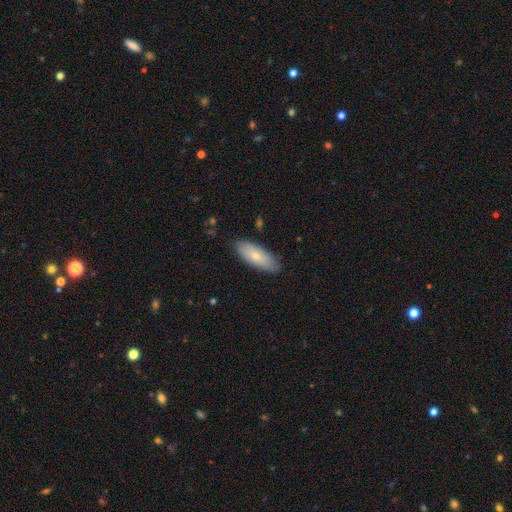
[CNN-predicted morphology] smooth-or-featured: smooth: 75% | featured or disk: 19% | star or artifact: 6%
  how-rounded: in between: 71% | cigar-shaped: 27% | round: 2%
  merging: none: 85% | minor disturbance: 12% | major disturbance: 2% | merger: 1%